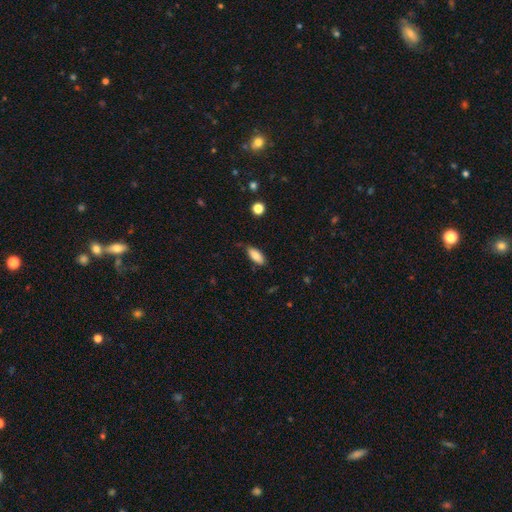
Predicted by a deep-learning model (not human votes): smooth 84%, featured or disk 9%, star or artifact 7%. Down the decision tree: how rounded — in between (81%); merging — none (75%).